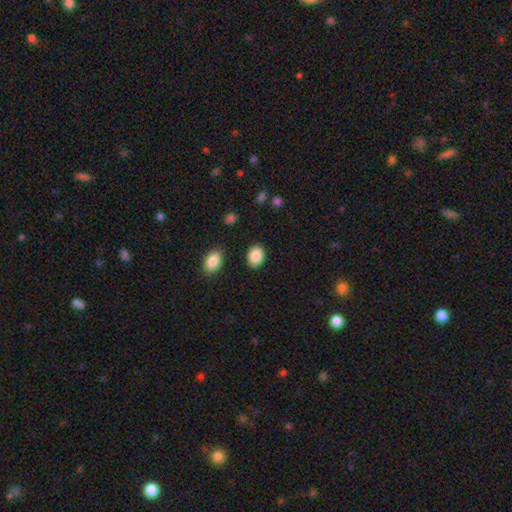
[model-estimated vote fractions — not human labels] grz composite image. It shows a smooth galaxy with no disk features (89%) that is in between round and cigar-shaped (66%). Merging: none (86%).